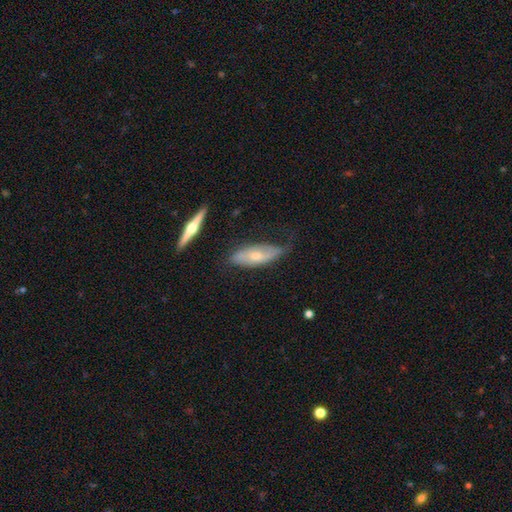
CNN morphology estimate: Q: Smooth or featured?
A: featured or disk (52%); runner-up: smooth (42%)
Q: Edge-on disk?
A: no (65%); runner-up: yes (35%)
Q: Merging?
A: none (50%); runner-up: minor disturbance (34%)